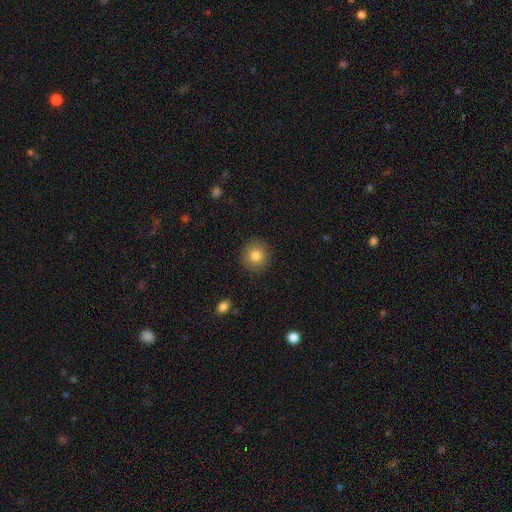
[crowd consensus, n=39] Volunteers were most divided on "how rounded": round: 84%, in between: 16%, cigar-shaped: 0%. More confident: merging — none (91%); smooth or featured — smooth (82%).